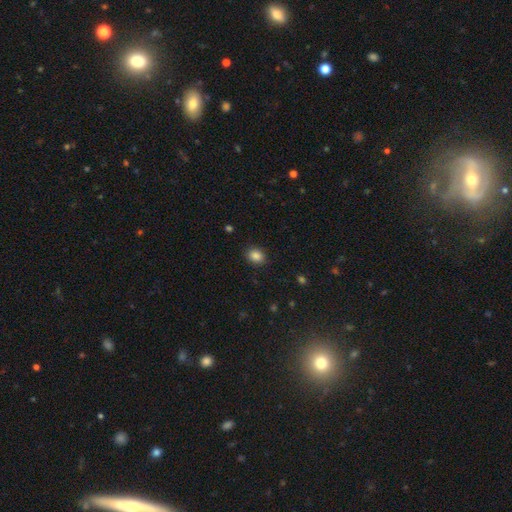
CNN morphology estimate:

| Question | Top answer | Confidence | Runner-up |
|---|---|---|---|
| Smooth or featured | smooth | 86% | star or artifact (10%) |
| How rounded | round | 52% | in between (47%) |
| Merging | none | 89% | minor disturbance (8%) |